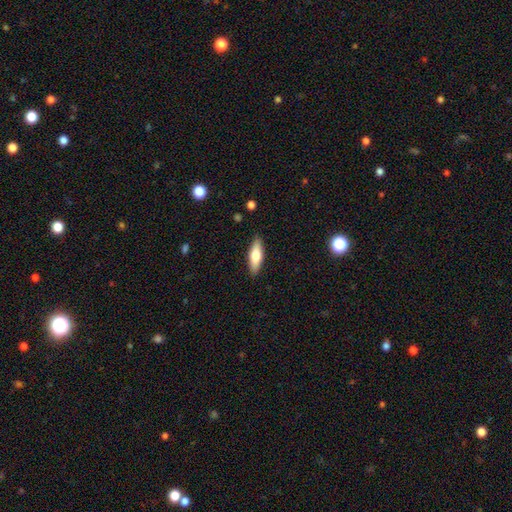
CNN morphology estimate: smooth 65%, featured or disk 29%, star or artifact 6%. Down the decision tree: how rounded — in between (51%); merging — none (88%).